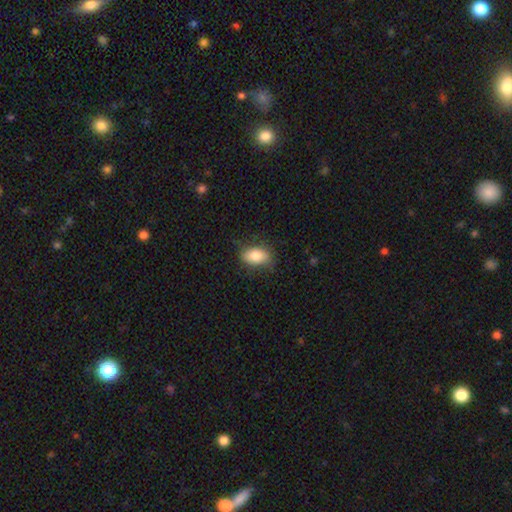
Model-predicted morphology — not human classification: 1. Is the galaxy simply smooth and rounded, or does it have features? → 80% smooth, 12% featured or disk, 7% star or artifact.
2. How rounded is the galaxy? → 88% in between, 9% round, 3% cigar-shaped.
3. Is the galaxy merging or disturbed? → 77% none, 17% minor disturbance, 4% major disturbance, 1% merger.